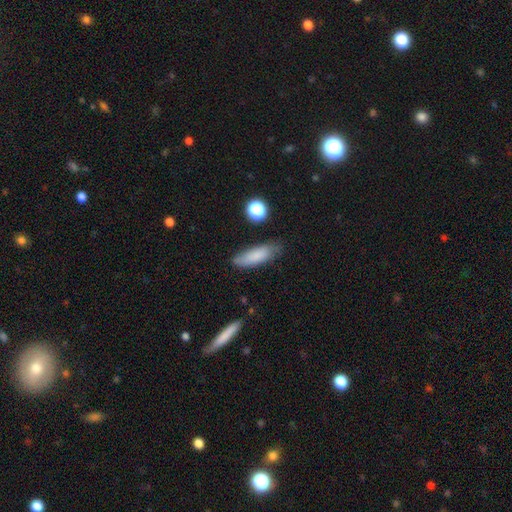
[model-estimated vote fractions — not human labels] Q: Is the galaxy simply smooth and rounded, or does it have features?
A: smooth — 80%.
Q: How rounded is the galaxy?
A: in between — 51%.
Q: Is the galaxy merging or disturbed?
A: none — 74%.